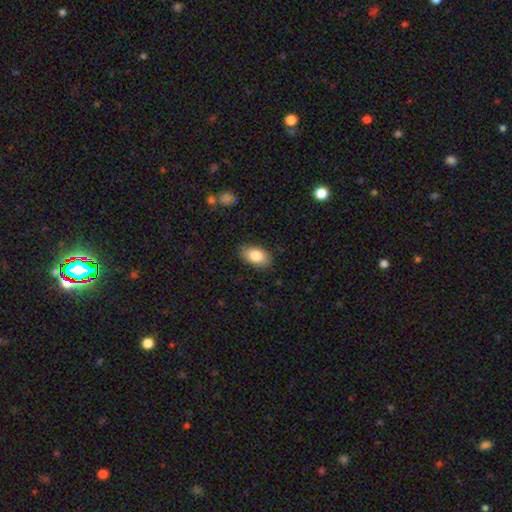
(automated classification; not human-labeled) The model was most divided on "merging": none: 84%, minor disturbance: 12%, major disturbance: 3%, merger: 1%. More confident: how rounded — in between (92%); smooth or featured — smooth (83%).